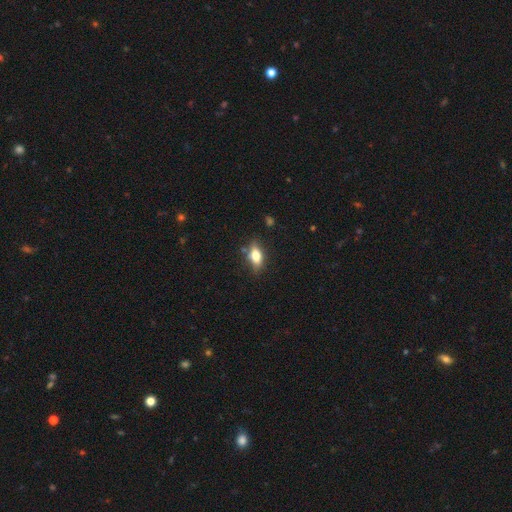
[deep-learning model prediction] smooth_or_featured: smooth (p=0.68) [alt: featured or disk p=0.23]
how_rounded: in between (p=0.78) [alt: cigar-shaped p=0.14]
merging: none (p=0.75) [alt: minor disturbance p=0.17]